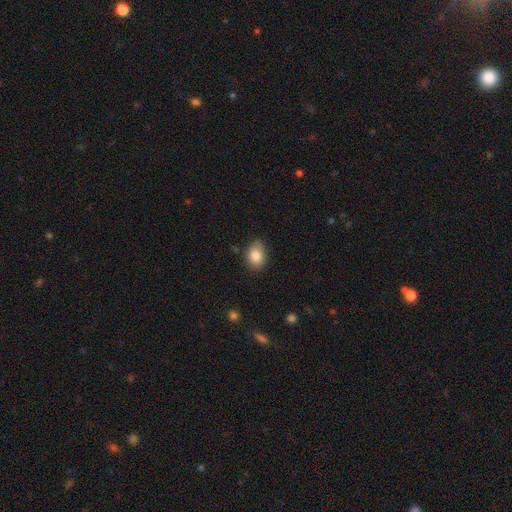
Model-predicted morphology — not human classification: Smooth or featured: smooth — 84% (star or artifact — 8%)
How rounded: in between — 67% (round — 32%)
Merging: none — 76% (minor disturbance — 19%)